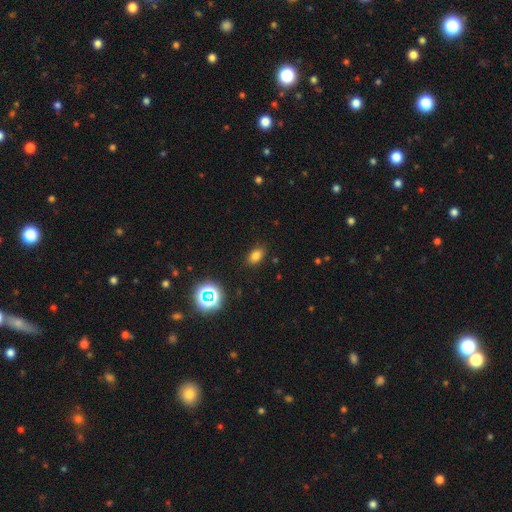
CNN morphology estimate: A smooth galaxy with no disk features (76%) that is in between round and cigar-shaped (83%). Merging: none (87%).